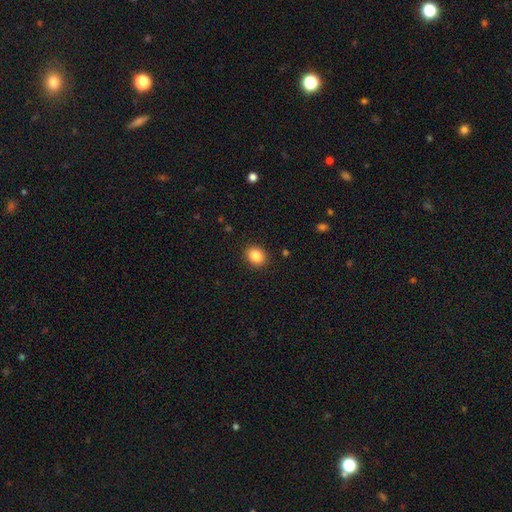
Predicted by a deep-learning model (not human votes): Smooth or featured? Predicted: smooth (p=0.86). How rounded? Predicted: round (p=0.64). Merging? Predicted: none (p=0.90).